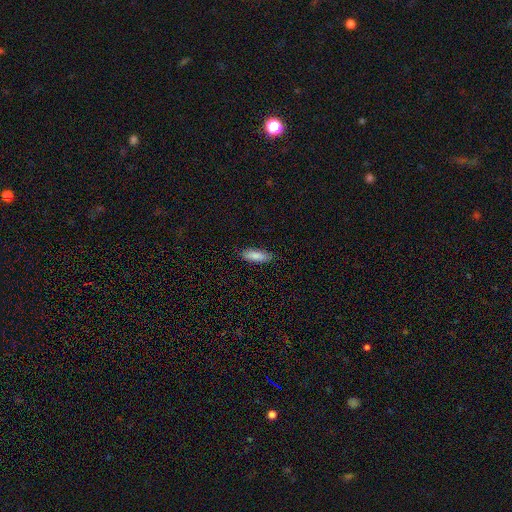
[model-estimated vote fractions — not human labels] Morphology: type=smooth (86%); roundness=in between (59%); merging=none (85%).